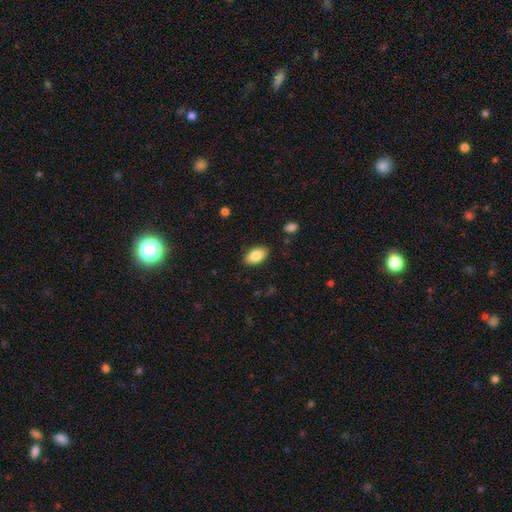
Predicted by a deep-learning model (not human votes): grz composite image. It shows a smooth galaxy with no disk features (83%) that is in between round and cigar-shaped (93%). Merging: none (86%).